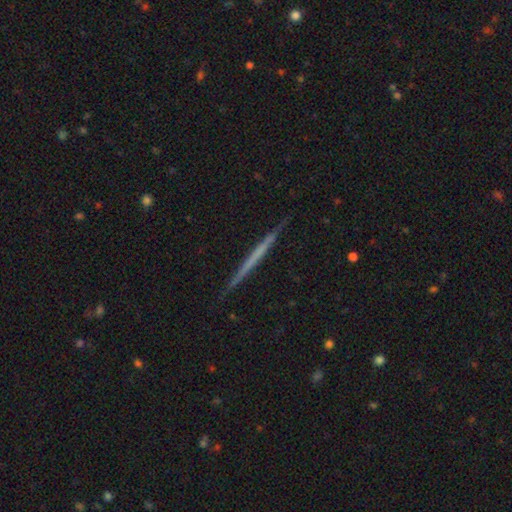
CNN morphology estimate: This appears to be a featured or disk galaxy (57%) viewed edge-on (98%) with no central bulge (93%). Merging: none (91%).